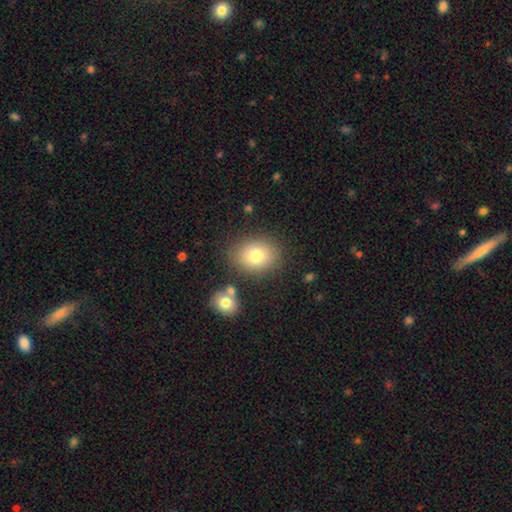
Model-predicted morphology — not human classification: Smooth or featured: smooth — 78% (star or artifact — 11%)
How rounded: round — 57% (in between — 42%)
Merging: none — 81% (minor disturbance — 10%)